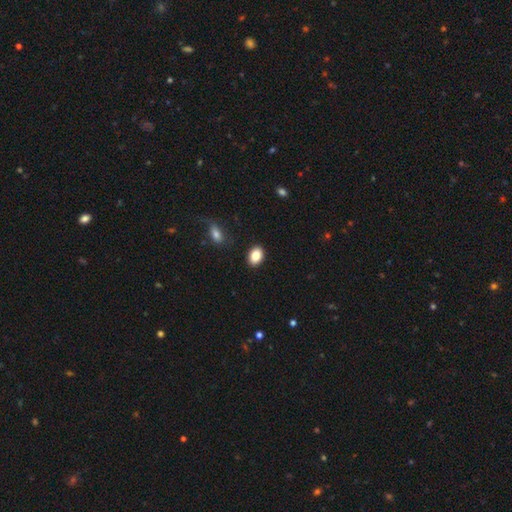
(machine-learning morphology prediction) type=smooth (86%); roundness=in between (78%); merging=none (89%).